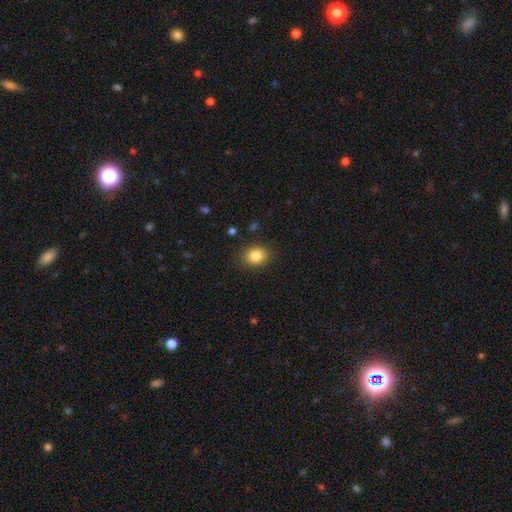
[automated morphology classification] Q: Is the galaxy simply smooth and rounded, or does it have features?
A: smooth — 84%.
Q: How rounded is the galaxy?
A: round — 58%.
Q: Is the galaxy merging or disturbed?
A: none — 87%.